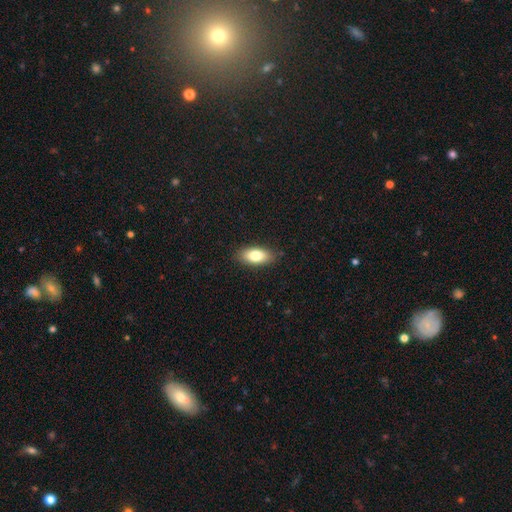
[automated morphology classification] A smooth galaxy with no disk features (80%) that is in between round and cigar-shaped (86%). Merging: none (87%).